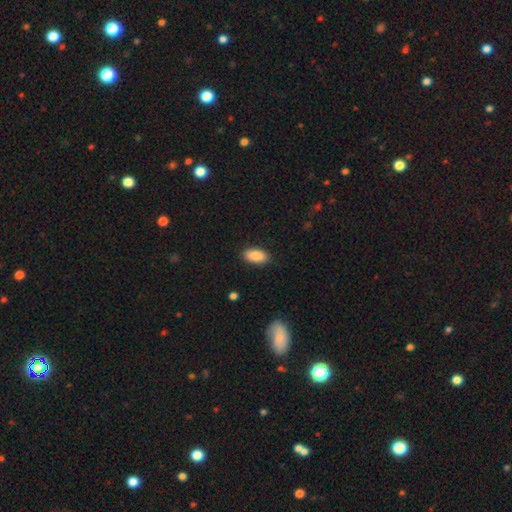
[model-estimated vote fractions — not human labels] Smooth or featured: smooth — 89% (star or artifact — 7%)
How rounded: in between — 93% (cigar-shaped — 4%)
Merging: none — 88% (minor disturbance — 8%)